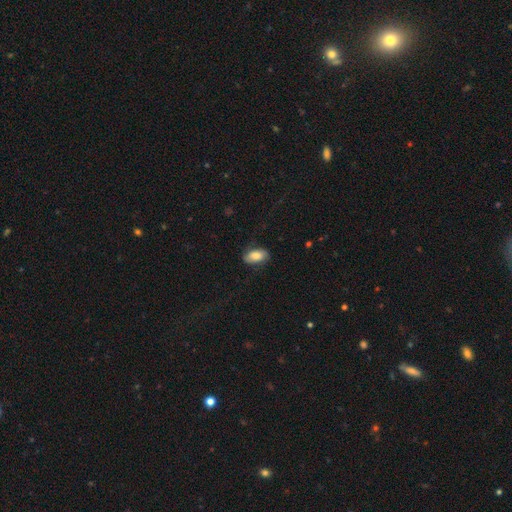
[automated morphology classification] This is likely a smooth galaxy (70%). How rounded: clearly in between (92%). Merging: likely none (77%).